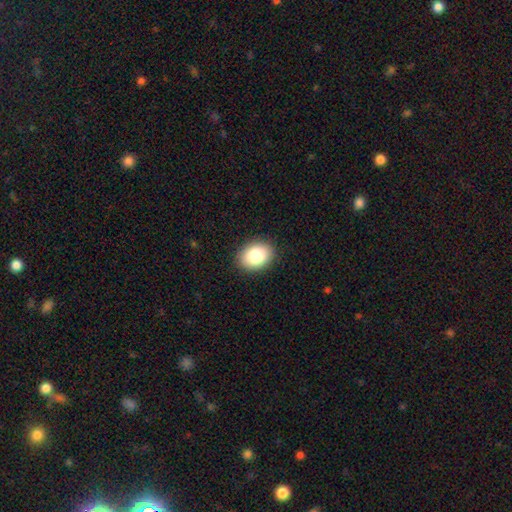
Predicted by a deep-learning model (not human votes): Overall: smooth (85%). How rounded: in between (70%). Merging: none (89%).